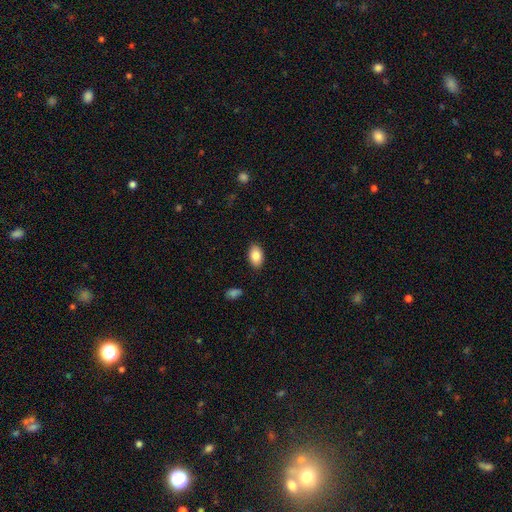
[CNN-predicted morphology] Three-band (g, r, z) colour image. It shows a smooth galaxy with no disk features (85%) that is in between round and cigar-shaped (91%). Merging: none (87%).